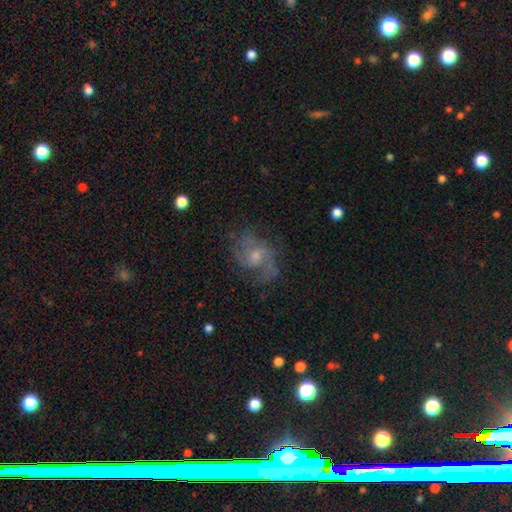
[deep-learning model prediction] Morphology: type=featured or disk (75%); edge-on=no (97%); bar=no (59%); spiral arms=yes (90%); winding=medium (49%); arm count=2 (56%); bulge=small (46%); merging=none (63%).